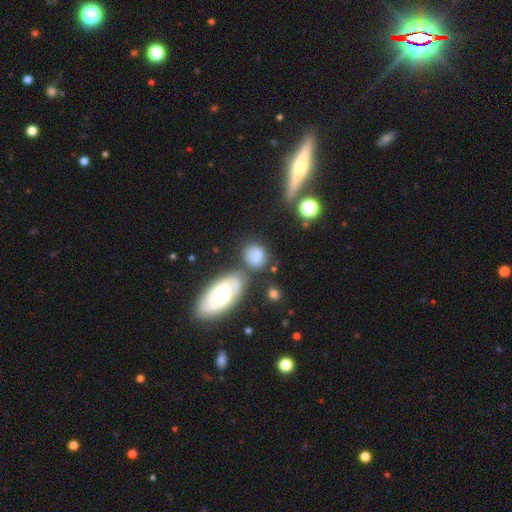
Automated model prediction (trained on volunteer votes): Smooth or featured?
  - smooth: 71% *
  - featured or disk: 19%
  - star or artifact: 10%
How rounded?
  - round: 53% *
  - in between: 45%
  - cigar-shaped: 2%
Merging?
  - none: 58% *
  - minor disturbance: 18%
  - merger: 17%
  - major disturbance: 7%